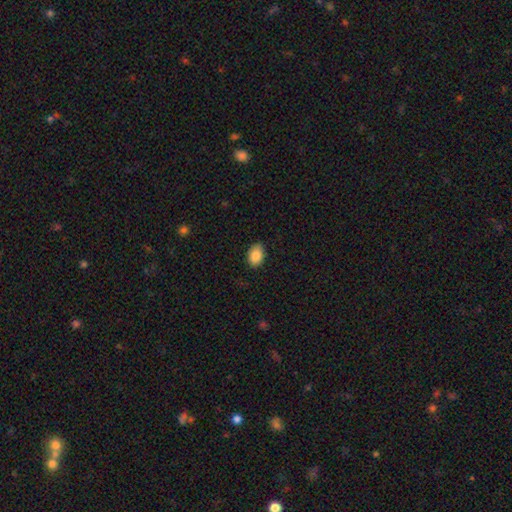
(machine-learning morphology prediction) A smooth galaxy with no disk features (88%) that is in between round and cigar-shaped (82%). Merging: none (84%).